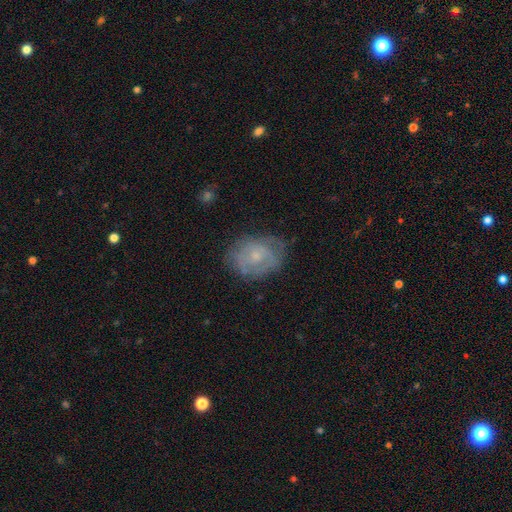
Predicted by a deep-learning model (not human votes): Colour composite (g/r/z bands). It shows a featured or disk galaxy (53%) with no bar (78%), spiral arms (61%) and a small central bulge (64%). Merging: none (63%).